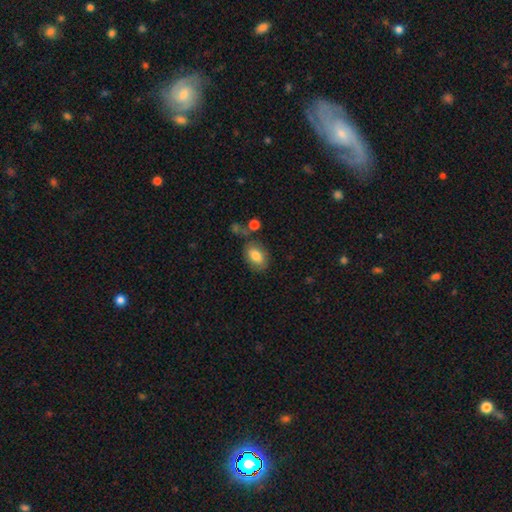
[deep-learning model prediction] smooth 81%, featured or disk 11%, star or artifact 8%. Down the decision tree: how rounded — in between (87%); merging — none (72%).